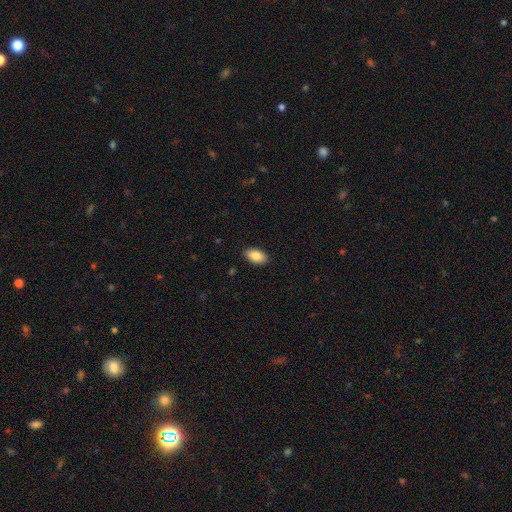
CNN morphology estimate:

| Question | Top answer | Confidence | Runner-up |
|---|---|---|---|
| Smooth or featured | smooth | 87% | star or artifact (7%) |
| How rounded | in between | 94% | round (4%) |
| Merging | none | 89% | minor disturbance (8%) |